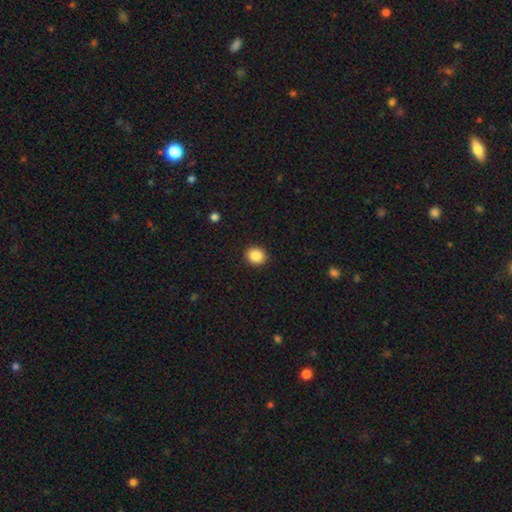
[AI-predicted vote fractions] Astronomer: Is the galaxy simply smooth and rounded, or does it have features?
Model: smooth — 88%.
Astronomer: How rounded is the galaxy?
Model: round — 75%.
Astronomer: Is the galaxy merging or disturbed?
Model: none — 91%.